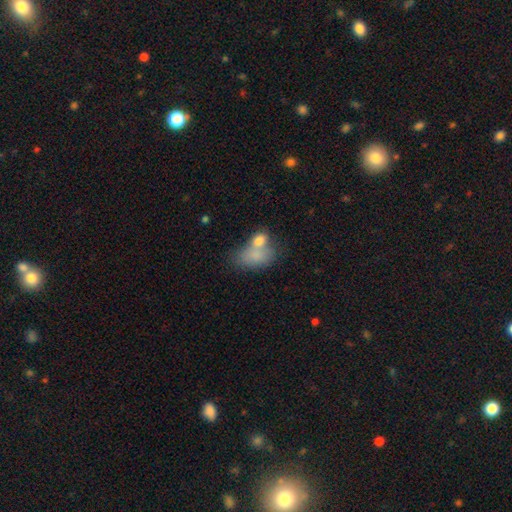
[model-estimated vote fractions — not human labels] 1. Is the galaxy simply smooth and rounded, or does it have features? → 74% smooth, 16% featured or disk, 9% star or artifact.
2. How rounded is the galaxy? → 82% in between, 16% round, 2% cigar-shaped.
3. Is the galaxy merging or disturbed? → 50% merger, 25% none, 14% minor disturbance, 11% major disturbance.